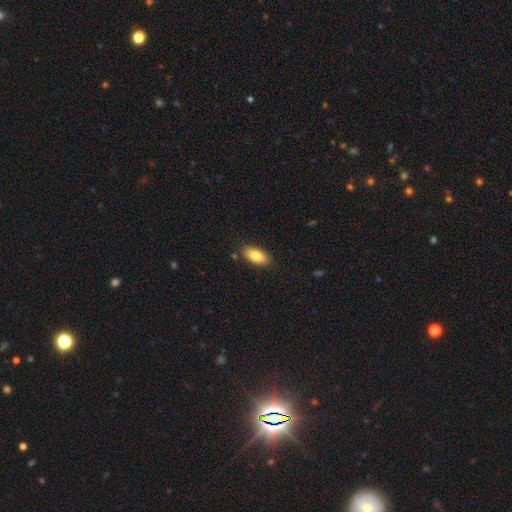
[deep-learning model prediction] Smooth or featured?
  - smooth: 83% *
  - featured or disk: 11%
  - star or artifact: 7%
How rounded?
  - in between: 88% *
  - cigar-shaped: 10%
  - round: 2%
Merging?
  - none: 86% *
  - minor disturbance: 10%
  - major disturbance: 2%
  - merger: 2%